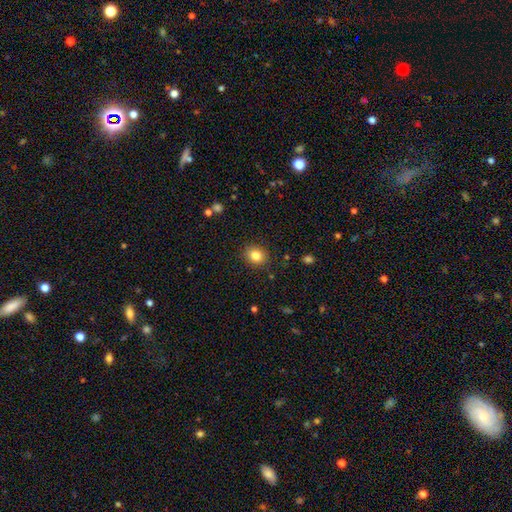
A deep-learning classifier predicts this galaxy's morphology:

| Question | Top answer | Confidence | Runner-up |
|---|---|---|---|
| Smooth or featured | smooth | 83% | star or artifact (10%) |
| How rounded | round | 65% | in between (34%) |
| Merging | none | 87% | minor disturbance (9%) |